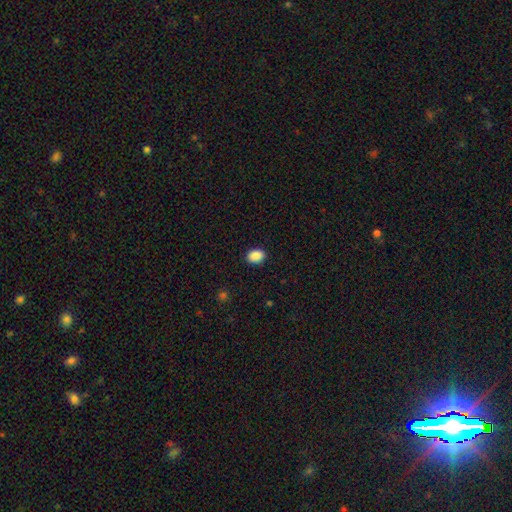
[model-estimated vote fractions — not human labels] This appears to be a smooth galaxy with no disk features (89%) that is in between round and cigar-shaped (69%). Merging: none (90%).